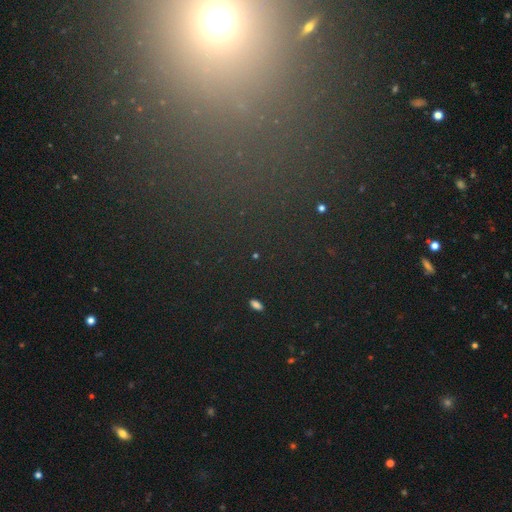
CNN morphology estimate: Q: Smooth or featured?
A: star or artifact (67%); runner-up: smooth (22%)